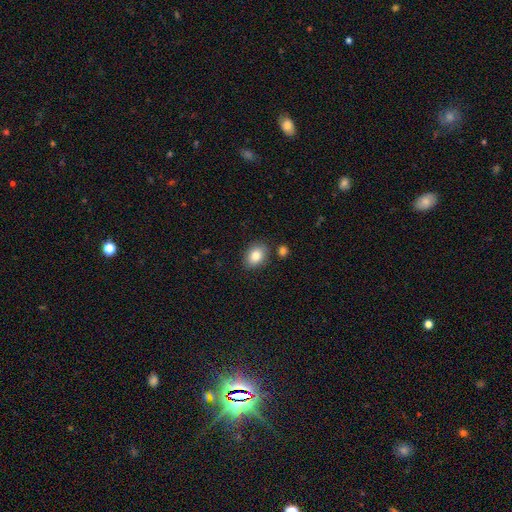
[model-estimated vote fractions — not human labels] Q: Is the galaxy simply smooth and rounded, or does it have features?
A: smooth — 84%.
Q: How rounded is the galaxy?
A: in between — 73%.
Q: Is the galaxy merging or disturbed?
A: none — 82%.